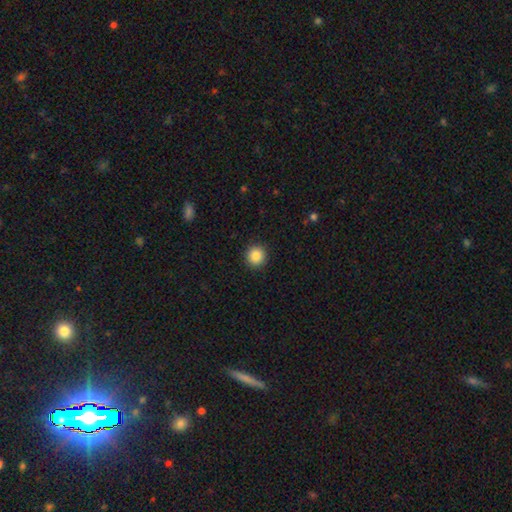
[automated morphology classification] This is clearly a smooth galaxy (87%). How rounded: clearly round (94%). Merging: clearly none (92%).